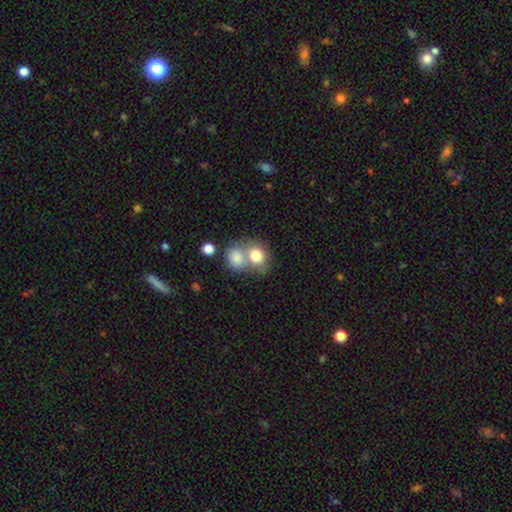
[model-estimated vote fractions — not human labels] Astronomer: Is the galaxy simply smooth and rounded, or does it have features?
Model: smooth — 77%.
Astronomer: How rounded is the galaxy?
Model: round — 64%.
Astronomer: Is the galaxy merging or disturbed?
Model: merger — 58%.